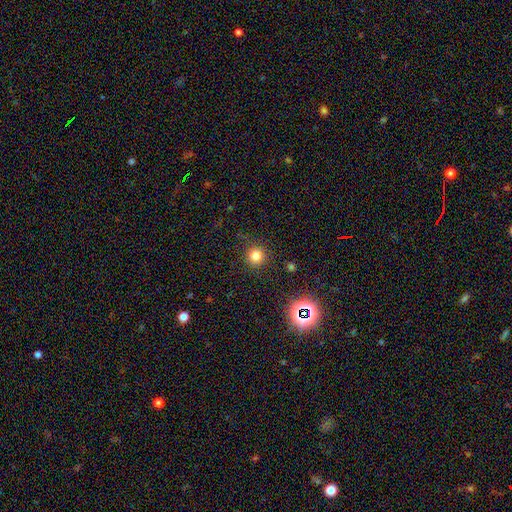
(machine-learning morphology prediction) Q: Smooth or featured?
A: smooth (77%); runner-up: star or artifact (17%)
Q: How rounded?
A: round (94%); runner-up: in between (5%)
Q: Merging?
A: none (87%); runner-up: minor disturbance (8%)